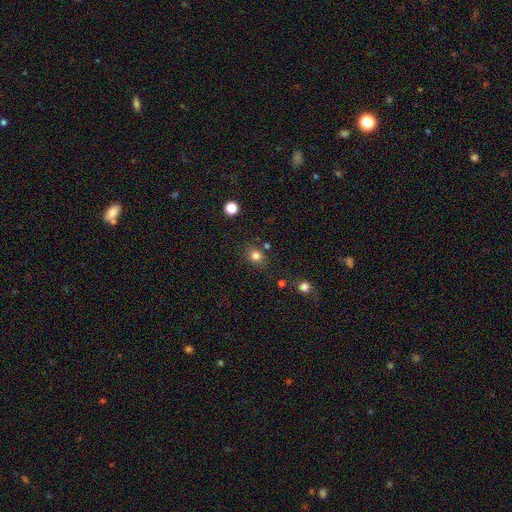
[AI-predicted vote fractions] Q: Smooth or featured?
A: smooth (81%); runner-up: star or artifact (13%)
Q: How rounded?
A: round (67%); runner-up: in between (32%)
Q: Merging?
A: none (79%); runner-up: minor disturbance (12%)